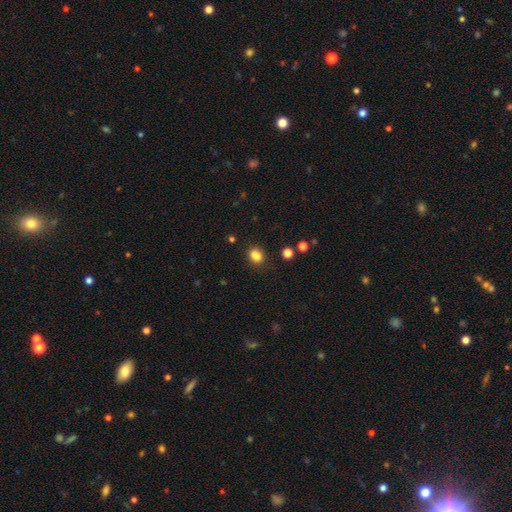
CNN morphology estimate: Q: Smooth or featured?
A: smooth (83%); runner-up: star or artifact (12%)
Q: How rounded?
A: in between (56%); runner-up: round (43%)
Q: Merging?
A: none (77%); runner-up: minor disturbance (13%)